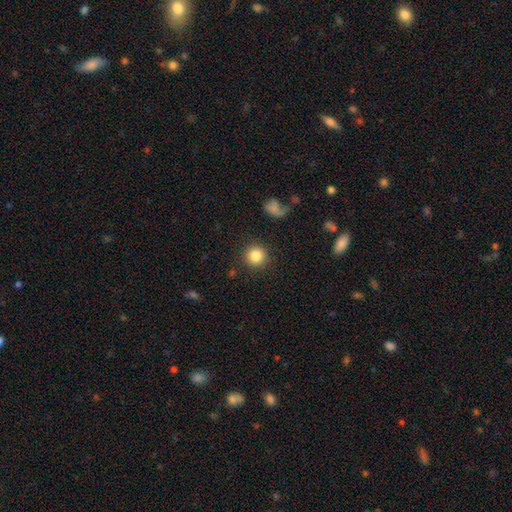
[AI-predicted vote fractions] smooth-or-featured: smooth: 84% | star or artifact: 10% | featured or disk: 6%
  how-rounded: round: 93% | in between: 6% | cigar-shaped: 1%
  merging: none: 89% | minor disturbance: 6% | major disturbance: 3% | merger: 2%